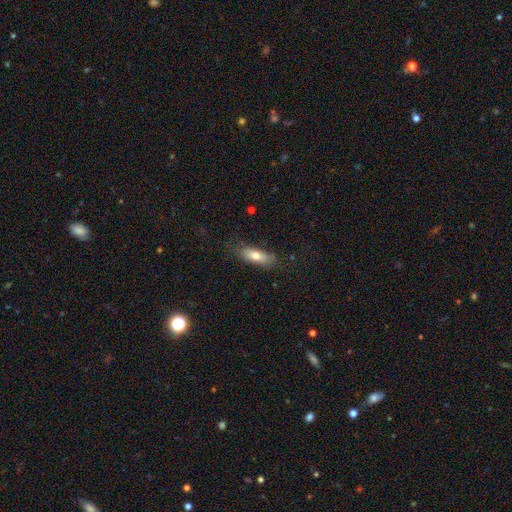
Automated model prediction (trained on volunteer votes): Morphology: type=smooth (73%); roundness=in between (63%); merging=none (73%).